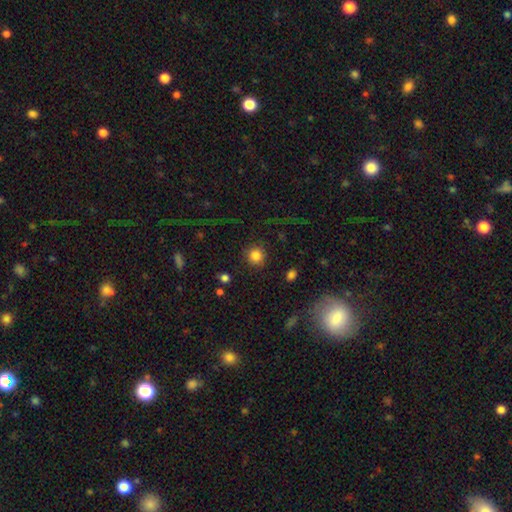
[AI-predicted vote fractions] Smooth or featured? smooth (83%)
How rounded? round (92%)
Merging? none (85%)